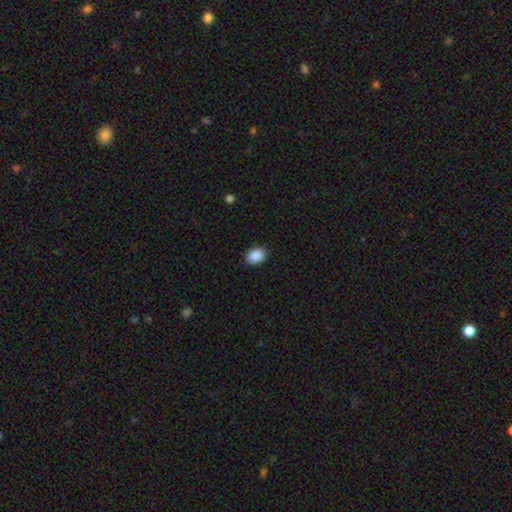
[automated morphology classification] smooth 89%, star or artifact 8%, featured or disk 3%. Down the decision tree: how rounded — in between (60%); merging — none (89%).